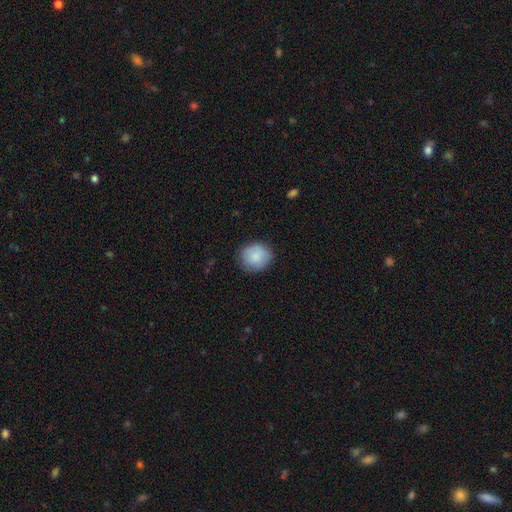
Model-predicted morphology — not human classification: A smooth galaxy with no disk features (88%) that is round (81%).

Vote fractions:
- Smooth or featured? smooth: 88% / star or artifact: 6% / featured or disk: 6%
- How rounded? round: 81% / in between: 18% / cigar-shaped: 1%
- Merging? none: 83% / minor disturbance: 13% / major disturbance: 3% / merger: 1%